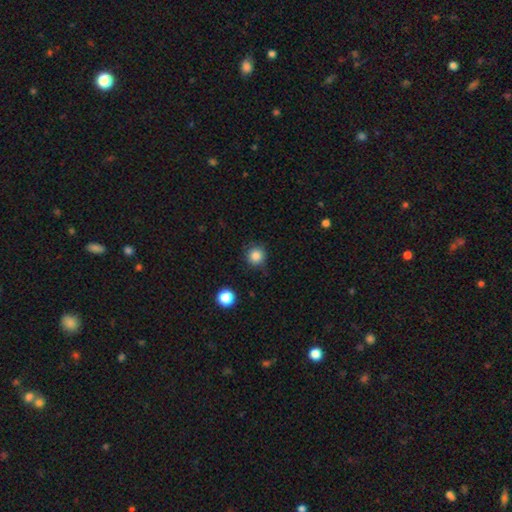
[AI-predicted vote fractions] Overall: smooth (85%). How rounded: round (94%). Merging: none (83%).